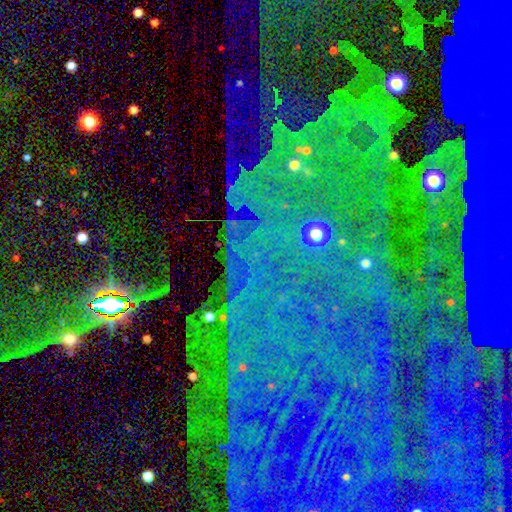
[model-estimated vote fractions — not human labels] A star or artifact, not a galaxy (81%).

Vote fractions:
- Smooth or featured? star or artifact: 81% / featured or disk: 11% / smooth: 8%